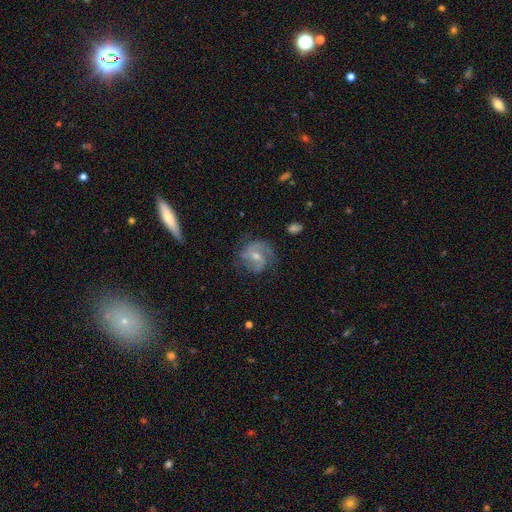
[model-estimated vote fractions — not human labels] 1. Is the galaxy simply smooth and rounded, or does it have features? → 78% featured or disk, 14% smooth, 9% star or artifact.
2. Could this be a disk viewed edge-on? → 96% no, 4% yes.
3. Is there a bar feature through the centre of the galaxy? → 44% no, 43% weak, 13% strong.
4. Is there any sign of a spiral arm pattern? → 93% yes, 7% no.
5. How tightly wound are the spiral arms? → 44% medium, 39% tight, 17% loose.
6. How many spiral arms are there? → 59% 2, 17% can't tell, 12% 3, 6% 1, 3% 4, 3% more than 4.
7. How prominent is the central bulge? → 50% moderate, 45% small, 2% none, 2% large, 1% dominant.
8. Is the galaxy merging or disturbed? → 73% none, 18% minor disturbance, 8% major disturbance, 2% merger.